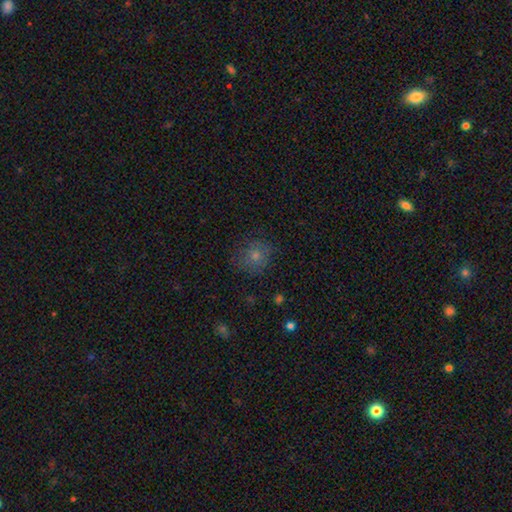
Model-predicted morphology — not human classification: This appears to be a smooth galaxy with no disk features (64%) that is round (82%). Merging: none (78%).